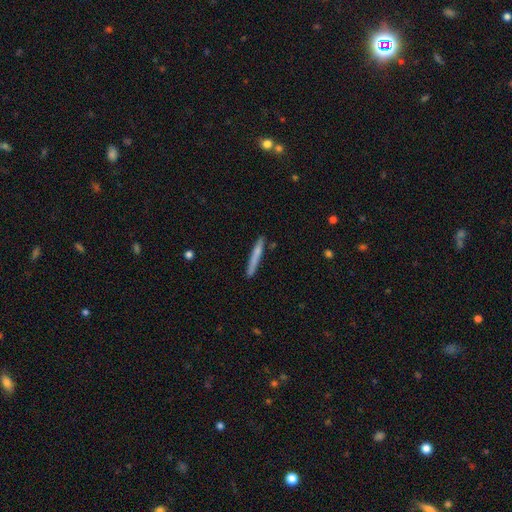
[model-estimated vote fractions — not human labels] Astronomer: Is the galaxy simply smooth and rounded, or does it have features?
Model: smooth — 68%.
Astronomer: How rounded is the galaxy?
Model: cigar-shaped — 96%.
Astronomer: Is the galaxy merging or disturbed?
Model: none — 85%.